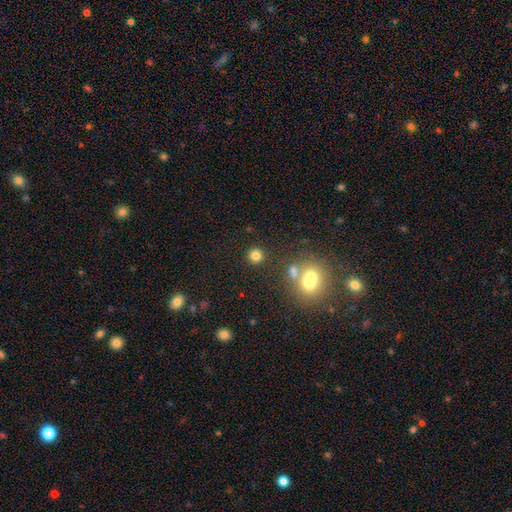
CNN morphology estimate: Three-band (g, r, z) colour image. It shows a smooth galaxy with no disk features (79%) that is round (93%). Merging: none (84%).